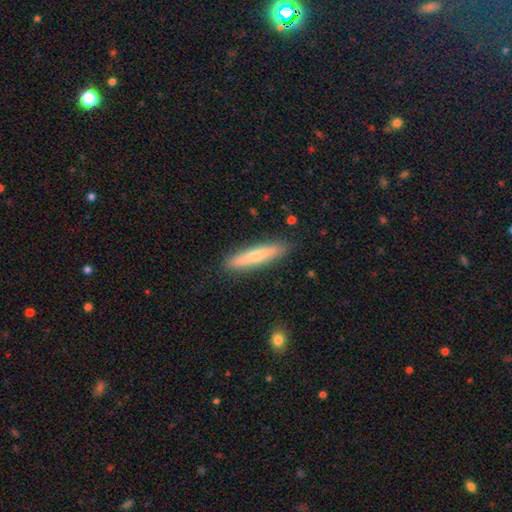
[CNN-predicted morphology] Q: Smooth or featured?
A: smooth (60%); runner-up: featured or disk (34%)
Q: How rounded?
A: cigar-shaped (90%); runner-up: in between (8%)
Q: Merging?
A: none (90%); runner-up: minor disturbance (8%)